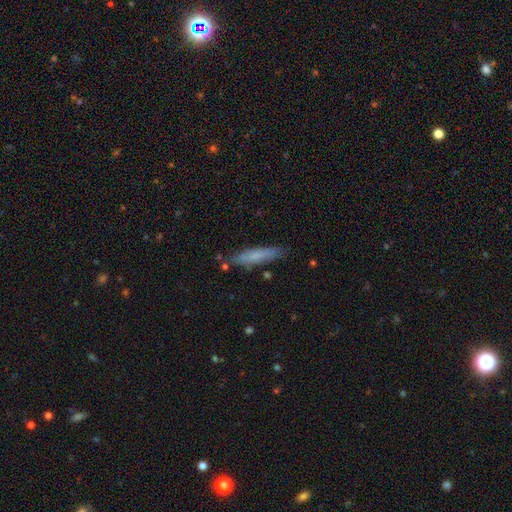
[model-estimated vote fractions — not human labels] Smooth or featured: smooth — 69% (featured or disk — 24%)
How rounded: cigar-shaped — 87% (in between — 12%)
Merging: none — 82% (minor disturbance — 13%)